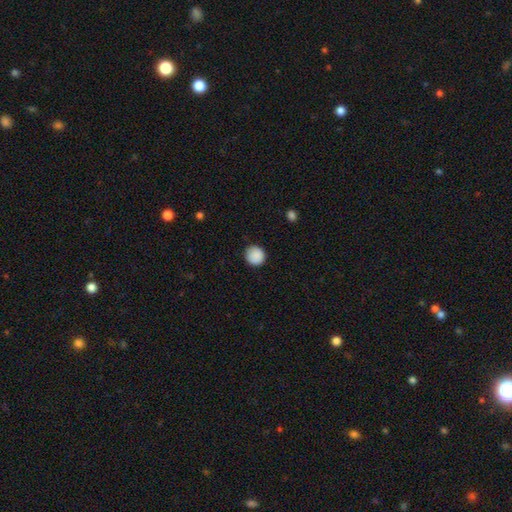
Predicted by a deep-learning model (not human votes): A smooth galaxy with no disk features (89%) that is round (93%).

Vote fractions:
- Smooth or featured? smooth: 89% / star or artifact: 8% / featured or disk: 3%
- How rounded? round: 93% / in between: 6% / cigar-shaped: 1%
- Merging? none: 86% / minor disturbance: 10% / major disturbance: 2% / merger: 1%